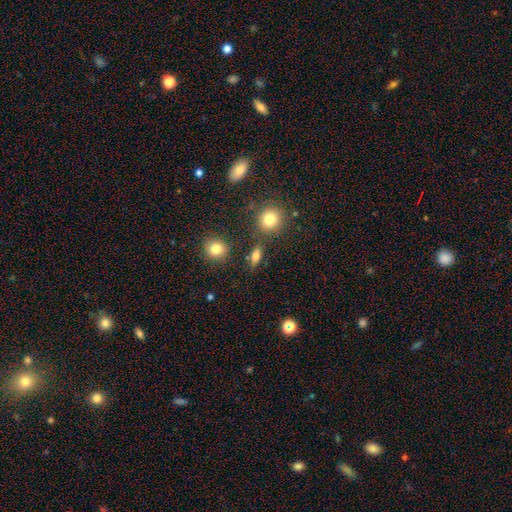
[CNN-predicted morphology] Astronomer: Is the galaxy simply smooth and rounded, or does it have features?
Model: smooth — 78%.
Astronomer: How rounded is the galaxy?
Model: in between — 62%.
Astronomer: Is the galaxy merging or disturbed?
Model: none — 80%.